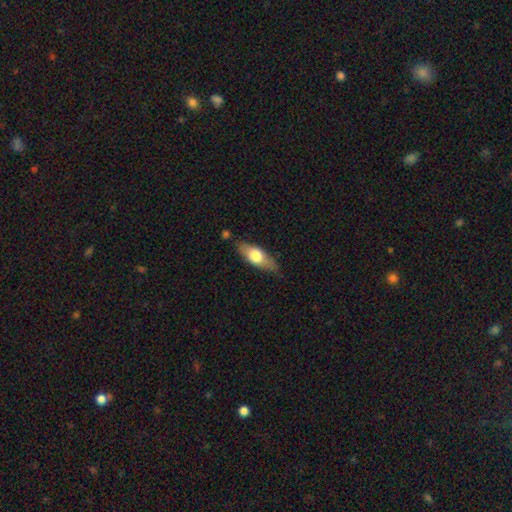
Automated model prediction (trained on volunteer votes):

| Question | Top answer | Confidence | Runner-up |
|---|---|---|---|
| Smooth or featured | smooth | 59% | featured or disk (35%) |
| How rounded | in between | 66% | cigar-shaped (30%) |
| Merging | none | 76% | minor disturbance (17%) |